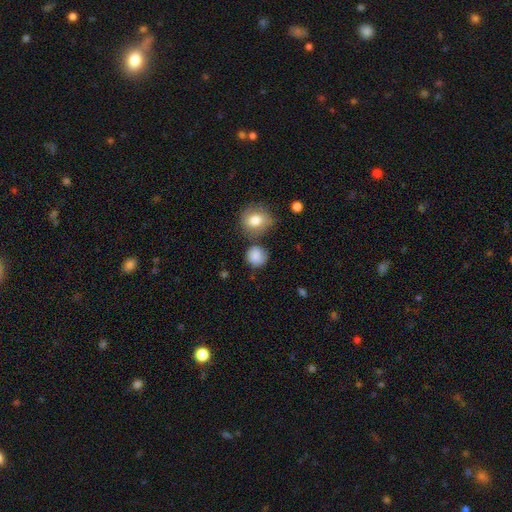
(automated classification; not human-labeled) A smooth galaxy with no disk features (84%) that is round (84%). Merging: none (64%).